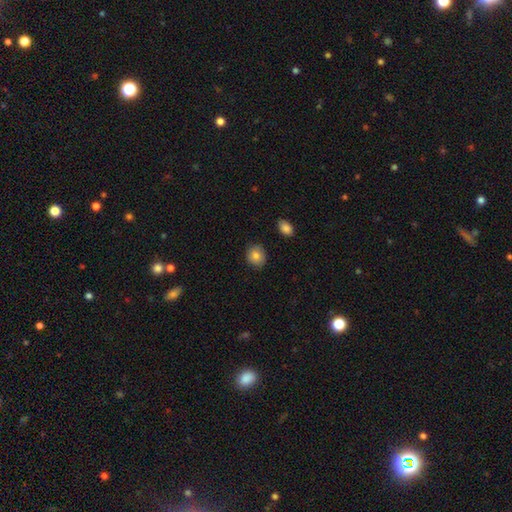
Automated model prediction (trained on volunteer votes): smooth 82%, featured or disk 9%, star or artifact 9%. Down the decision tree: how rounded — round (72%); merging — none (87%).